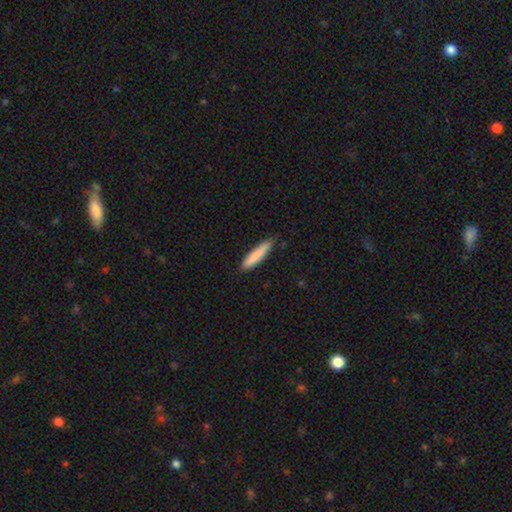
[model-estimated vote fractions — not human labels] A smooth galaxy with no disk features (84%) that is cigar-shaped (87%). Merging: none (84%).